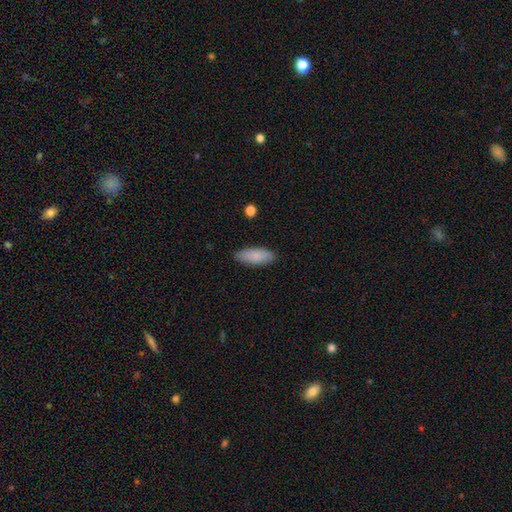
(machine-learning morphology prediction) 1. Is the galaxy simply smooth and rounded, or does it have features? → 87% smooth, 7% featured or disk, 6% star or artifact.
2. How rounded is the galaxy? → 79% in between, 20% cigar-shaped, 2% round.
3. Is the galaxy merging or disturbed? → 87% none, 10% minor disturbance, 2% major disturbance, 1% merger.